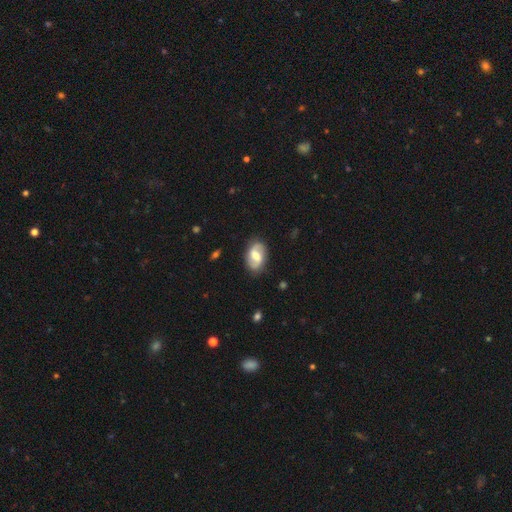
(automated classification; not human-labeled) The model was most divided on "spiral winding": loose: 44%, medium: 38%, tight: 18%. Remaining: edge-on disk — no (97%); spiral arm count — 2 (89%); spiral arms — yes (88%); merging — none (82%); smooth or featured — featured or disk (67%); bar — weak (51%); bulge size — moderate (47%).